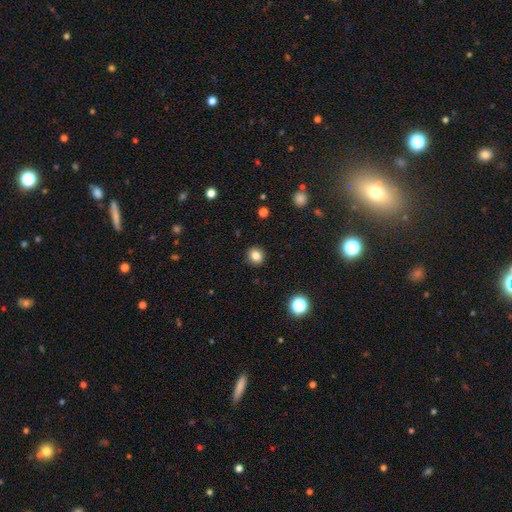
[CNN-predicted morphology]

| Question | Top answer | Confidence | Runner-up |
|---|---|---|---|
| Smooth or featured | smooth | 83% | star or artifact (12%) |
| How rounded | round | 80% | in between (19%) |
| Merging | none | 91% | minor disturbance (6%) |